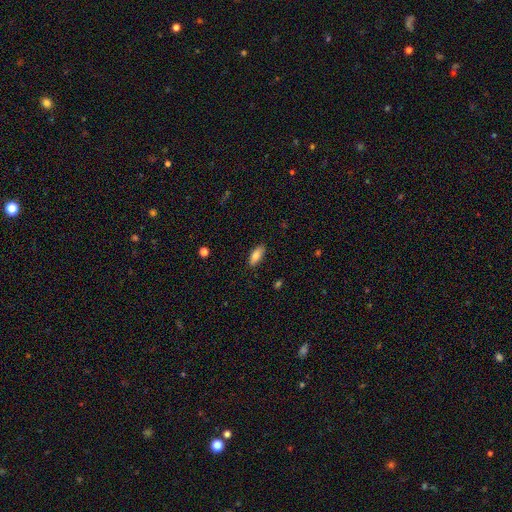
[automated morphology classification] Q: Smooth or featured?
A: smooth (83%); runner-up: featured or disk (11%)
Q: How rounded?
A: in between (81%); runner-up: cigar-shaped (16%)
Q: Merging?
A: none (87%); runner-up: minor disturbance (10%)